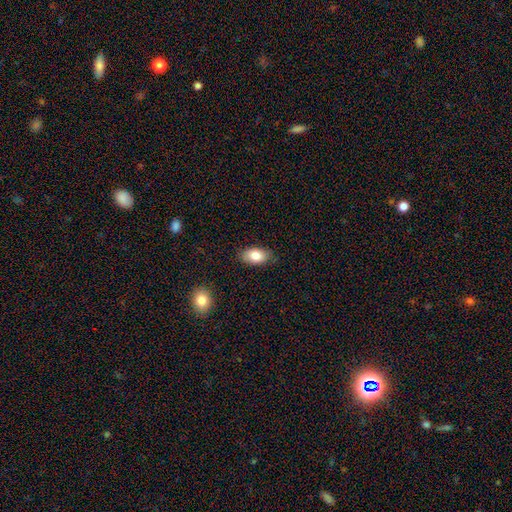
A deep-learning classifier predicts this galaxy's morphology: Smooth or featured?
  - smooth: 83% *
  - featured or disk: 10%
  - star or artifact: 7%
How rounded?
  - in between: 93% *
  - round: 5%
  - cigar-shaped: 2%
Merging?
  - none: 84% *
  - minor disturbance: 13%
  - major disturbance: 2%
  - merger: 1%